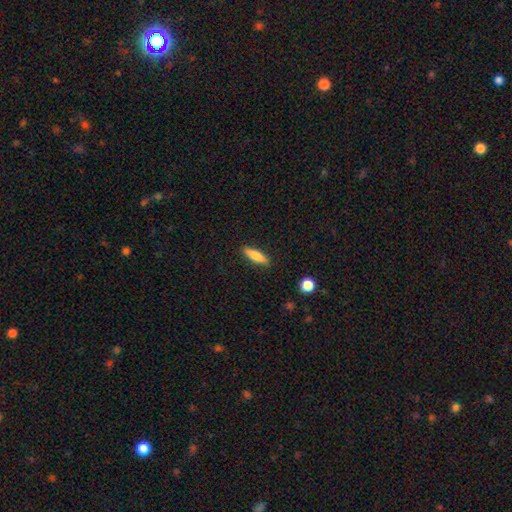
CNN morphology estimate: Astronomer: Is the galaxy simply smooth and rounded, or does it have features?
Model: smooth — 72%.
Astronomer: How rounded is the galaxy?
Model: cigar-shaped — 65%.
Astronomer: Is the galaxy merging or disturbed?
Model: none — 88%.